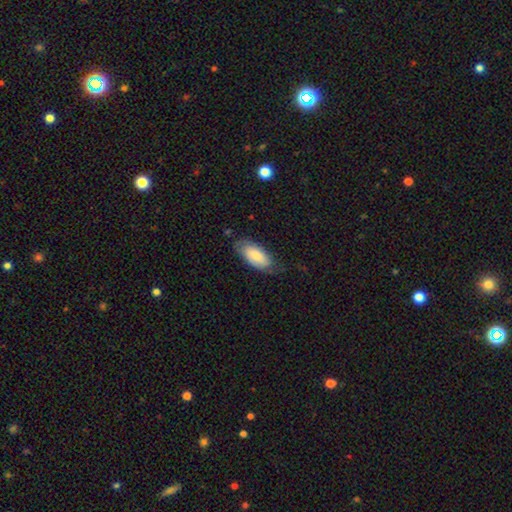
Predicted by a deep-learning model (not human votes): Smooth or featured: smooth — 75% (featured or disk — 19%)
How rounded: in between — 92% (cigar-shaped — 6%)
Merging: none — 63% (minor disturbance — 28%)